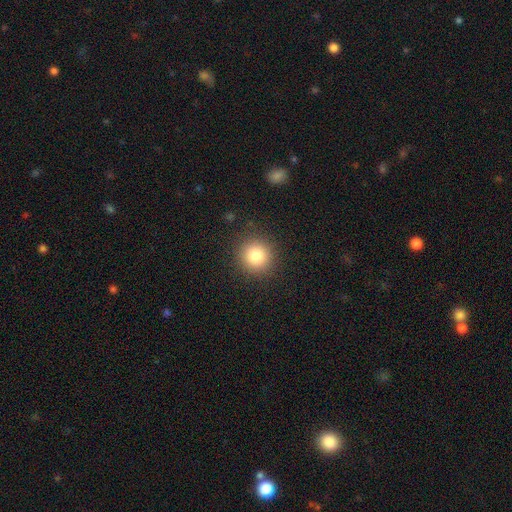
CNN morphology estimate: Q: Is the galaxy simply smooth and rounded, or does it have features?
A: smooth — 83%.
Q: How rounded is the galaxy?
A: round — 94%.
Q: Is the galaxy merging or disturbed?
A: none — 90%.